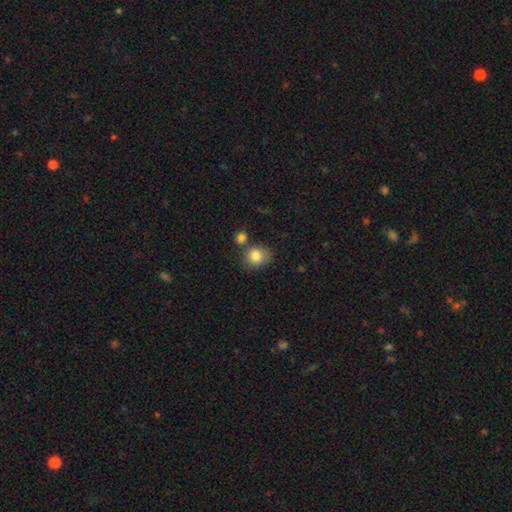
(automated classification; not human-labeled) A smooth galaxy with no disk features (84%) that is round (75%).

Vote fractions:
- Smooth or featured? smooth: 84% / star or artifact: 9% / featured or disk: 7%
- How rounded? round: 75% / in between: 24% / cigar-shaped: 1%
- Merging? none: 65% / merger: 17% / minor disturbance: 14% / major disturbance: 4%